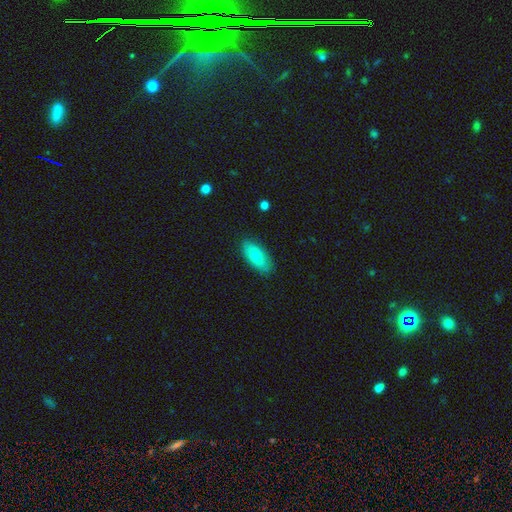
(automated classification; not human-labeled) A smooth galaxy with no disk features (75%) that is in between round and cigar-shaped (83%).

Vote fractions:
- Smooth or featured? smooth: 75% / featured or disk: 18% / star or artifact: 6%
- How rounded? in between: 83% / cigar-shaped: 14% / round: 3%
- Merging? none: 86% / minor disturbance: 11% / major disturbance: 2% / merger: 1%